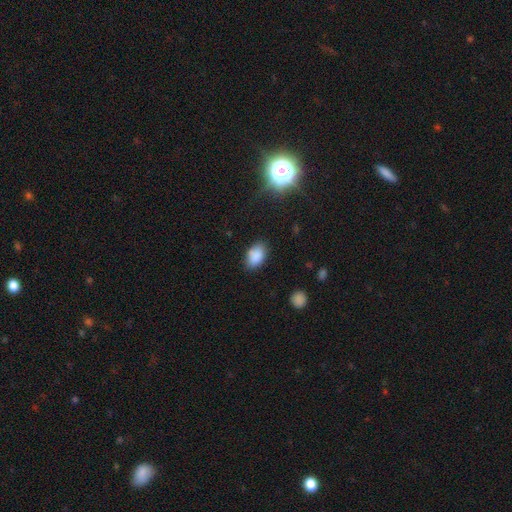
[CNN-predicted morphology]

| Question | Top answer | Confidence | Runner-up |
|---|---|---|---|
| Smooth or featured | smooth | 87% | star or artifact (8%) |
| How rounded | in between | 89% | round (10%) |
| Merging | none | 80% | minor disturbance (15%) |